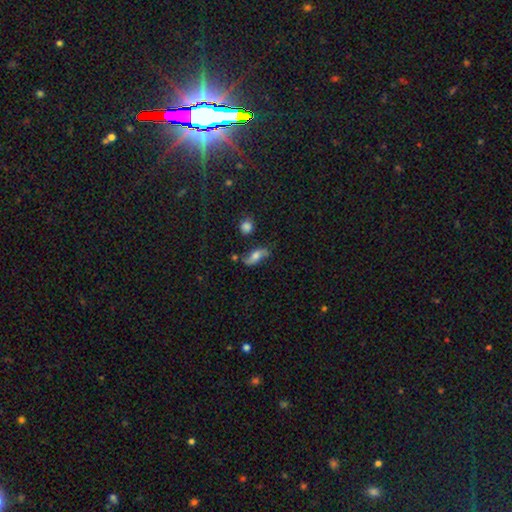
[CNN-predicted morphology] Smooth or featured?
  - featured or disk: 57% *
  - smooth: 34%
  - star or artifact: 9%
Edge-on disk?
  - no: 84% *
  - yes: 16%
Merging?
  - none: 69% *
  - minor disturbance: 18%
  - major disturbance: 7%
  - merger: 5%